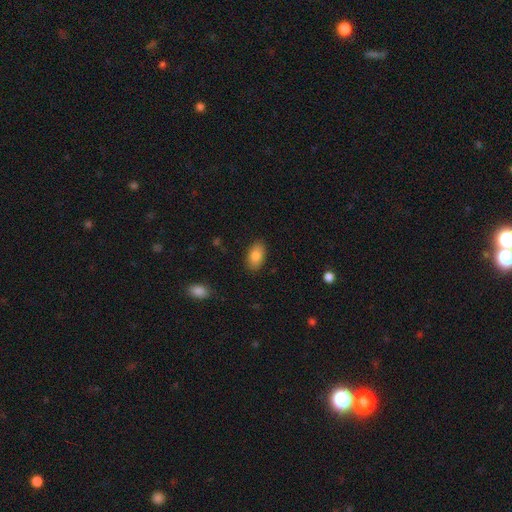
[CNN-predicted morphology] Smooth or featured: smooth — 84% (featured or disk — 9%)
How rounded: in between — 92% (round — 6%)
Merging: none — 87% (minor disturbance — 9%)